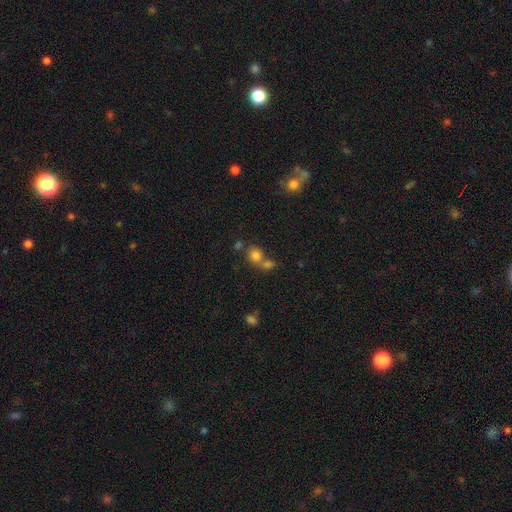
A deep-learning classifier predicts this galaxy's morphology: Smooth or featured?
  - smooth: 78% *
  - star or artifact: 14%
  - featured or disk: 8%
How rounded?
  - round: 74% *
  - in between: 25%
  - cigar-shaped: 1%
Merging?
  - merger: 45% *
  - none: 43%
  - minor disturbance: 8%
  - major disturbance: 4%